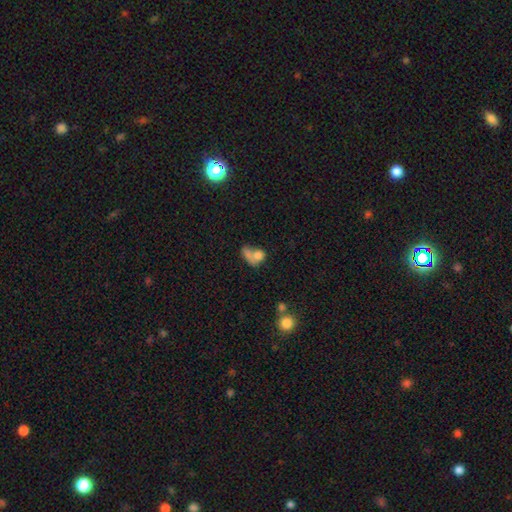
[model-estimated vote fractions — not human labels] Overall: smooth (71%). How rounded: in between (54%; round 43%). Merging: merger (54%; none 22%).